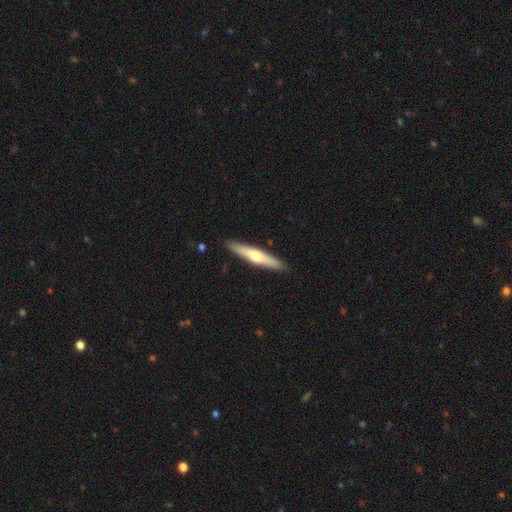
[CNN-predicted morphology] Overall: featured or disk (48%; smooth 47%). Merging: none (90%).